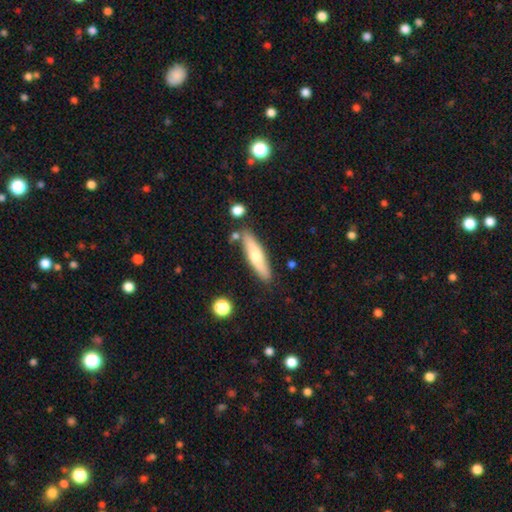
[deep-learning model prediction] Q: Smooth or featured?
A: smooth (58%); runner-up: featured or disk (37%)
Q: How rounded?
A: cigar-shaped (72%); runner-up: in between (26%)
Q: Merging?
A: none (78%); runner-up: minor disturbance (13%)